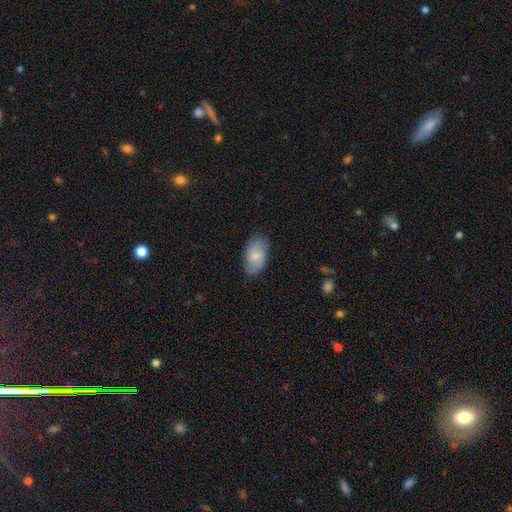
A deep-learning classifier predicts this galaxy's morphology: A smooth galaxy with no disk features (74%) that is in between round and cigar-shaped (94%). Merging: none (80%).